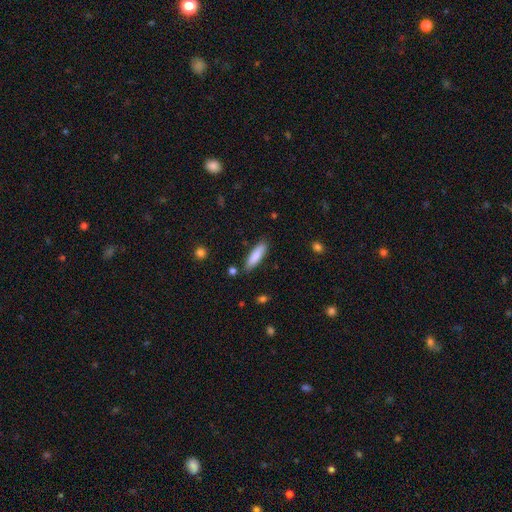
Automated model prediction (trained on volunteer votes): Smooth or featured: smooth — 85% (featured or disk — 9%)
How rounded: cigar-shaped — 64% (in between — 35%)
Merging: none — 84% (minor disturbance — 11%)